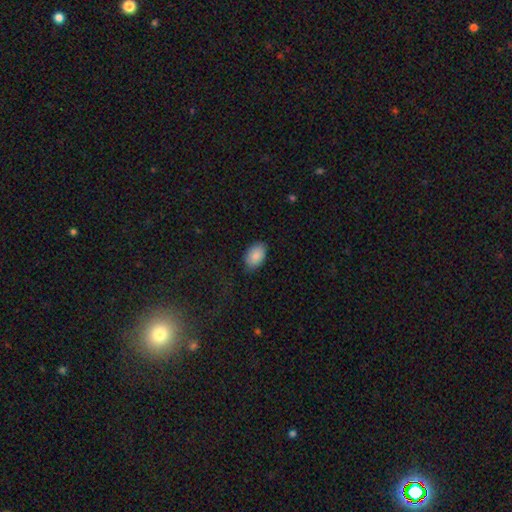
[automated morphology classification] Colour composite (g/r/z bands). It shows a smooth galaxy with no disk features (88%) that is in between round and cigar-shaped (90%). Merging: none (83%).